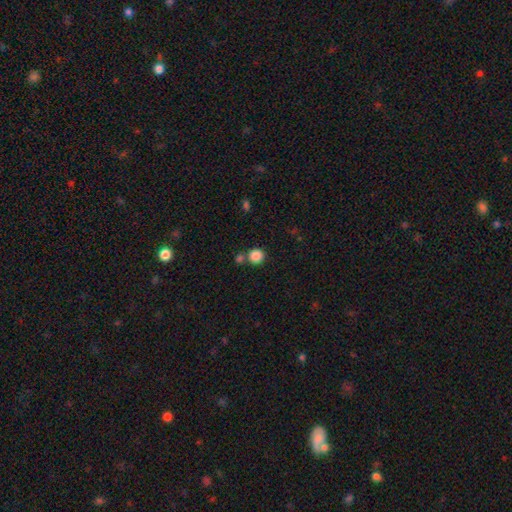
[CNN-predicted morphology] Q: Smooth or featured?
A: smooth (85%); runner-up: star or artifact (10%)
Q: How rounded?
A: round (92%); runner-up: in between (7%)
Q: Merging?
A: none (69%); runner-up: merger (21%)